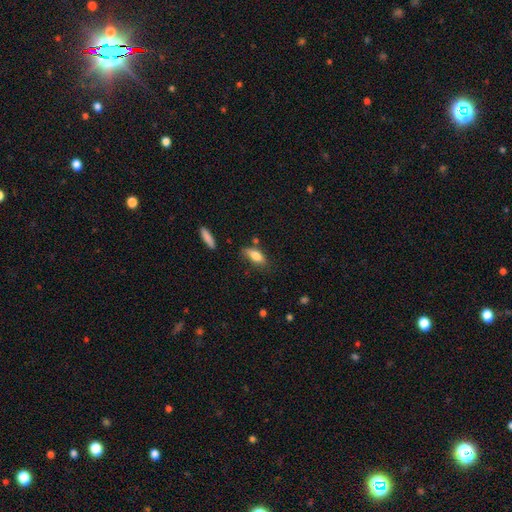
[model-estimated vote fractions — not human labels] This is clearly a smooth galaxy (82%). How rounded: likely in between (76%). Merging: likely none (63%).